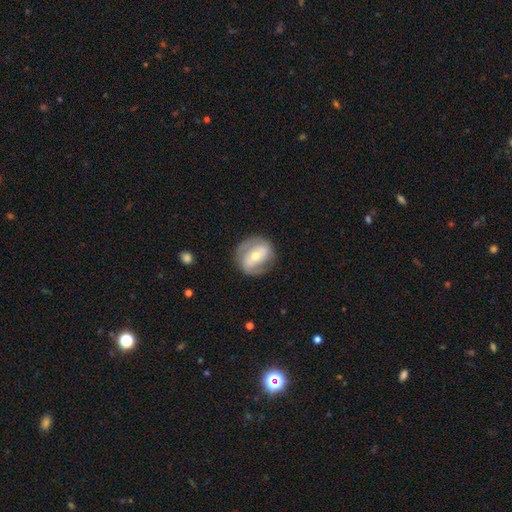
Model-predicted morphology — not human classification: Smooth or featured? Predicted: featured or disk (p=0.68). Edge-on disk? Predicted: no (p=0.96). Bar? Predicted: strong (p=0.38). Spiral arms? Predicted: yes (p=0.70). Bulge size? Predicted: moderate (p=0.54). Merging? Predicted: none (p=0.76).